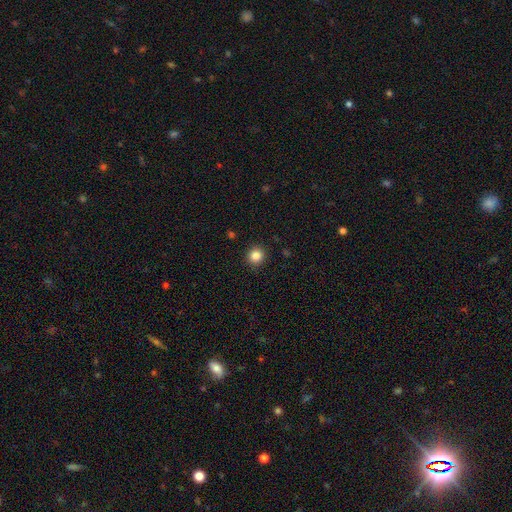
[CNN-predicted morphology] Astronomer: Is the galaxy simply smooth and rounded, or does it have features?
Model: smooth — 85%.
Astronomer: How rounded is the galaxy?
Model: round — 92%.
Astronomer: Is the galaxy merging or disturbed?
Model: none — 92%.